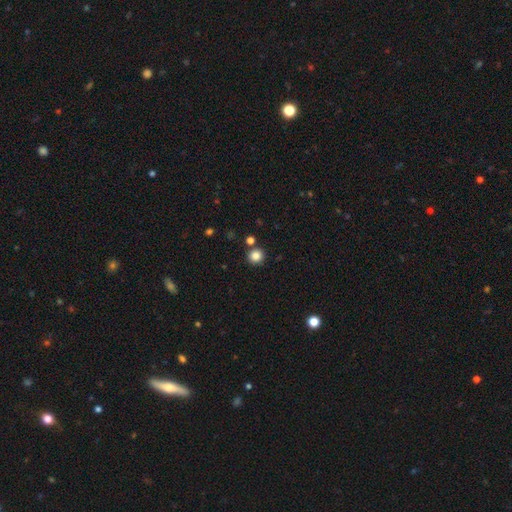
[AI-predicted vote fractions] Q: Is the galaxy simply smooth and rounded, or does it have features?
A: smooth — 84%.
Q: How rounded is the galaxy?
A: round — 94%.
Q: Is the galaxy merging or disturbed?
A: none — 85%.